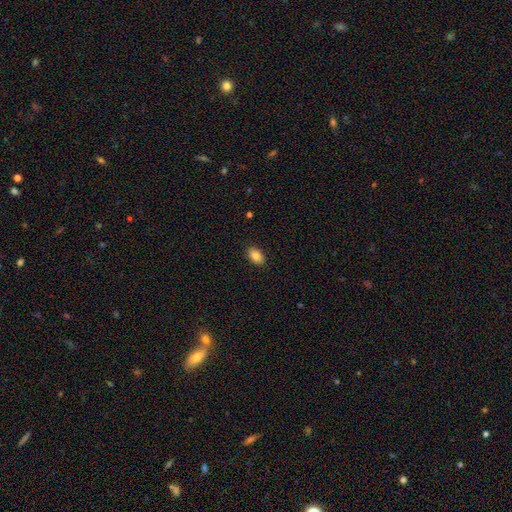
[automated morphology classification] type=smooth (85%); roundness=in between (90%); merging=none (89%).